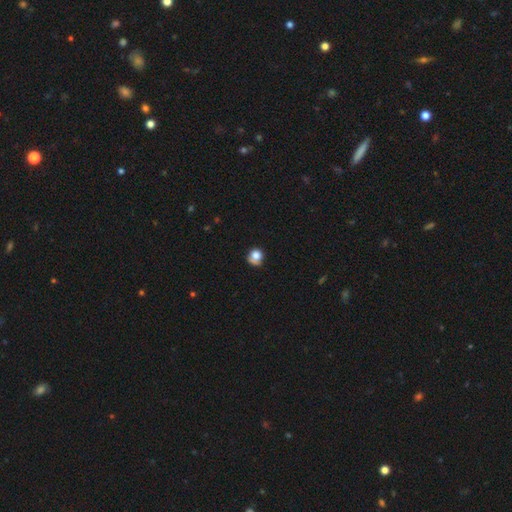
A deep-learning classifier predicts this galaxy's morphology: Smooth or featured? smooth (78%)
How rounded? round (83%)
Merging? none (55%)